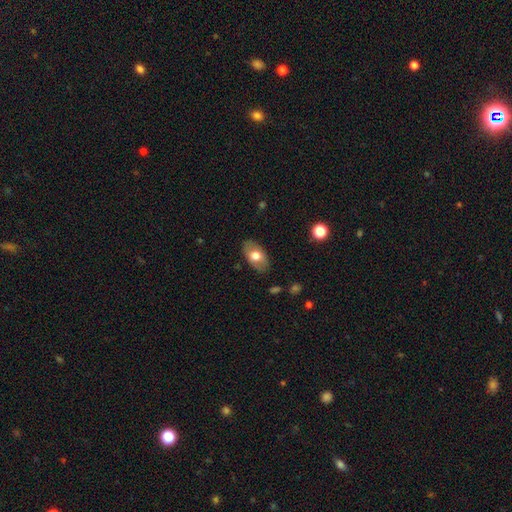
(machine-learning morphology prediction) Q: Smooth or featured?
A: smooth (65%); runner-up: featured or disk (28%)
Q: How rounded?
A: in between (91%); runner-up: round (7%)
Q: Merging?
A: none (84%); runner-up: minor disturbance (12%)